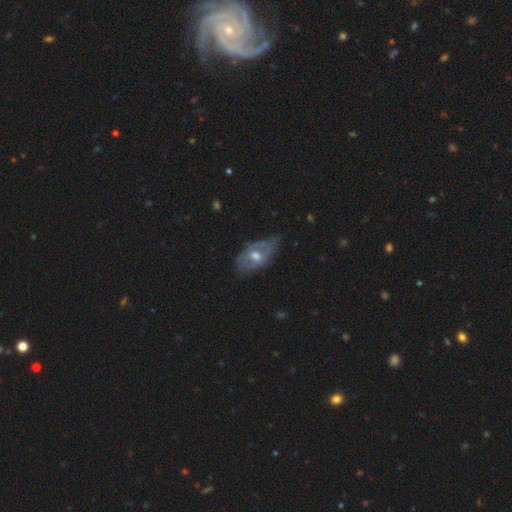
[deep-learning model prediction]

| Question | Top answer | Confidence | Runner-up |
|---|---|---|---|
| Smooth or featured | featured or disk | 56% | smooth (36%) |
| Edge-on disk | no | 87% | yes (13%) |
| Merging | none | 44% | minor disturbance (37%) |